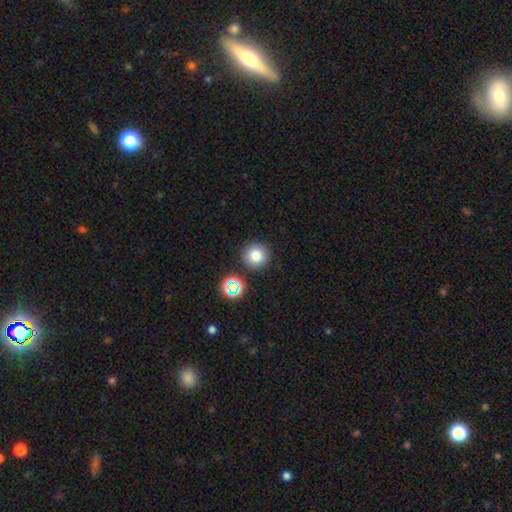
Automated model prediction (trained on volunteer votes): Morphology: type=smooth (79%); roundness=round (95%); merging=none (87%).